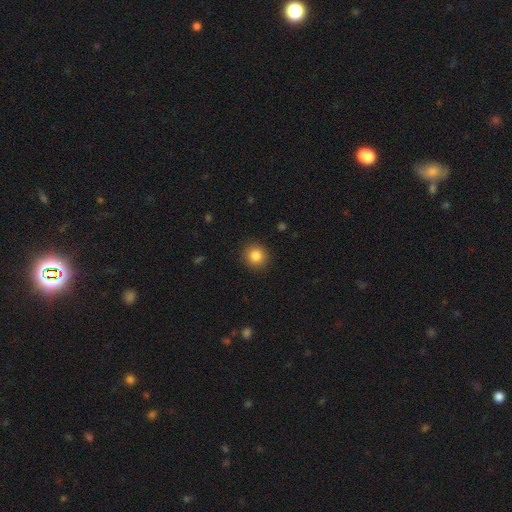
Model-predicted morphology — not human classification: smooth_or_featured: smooth (p=0.84) [alt: star or artifact p=0.10]
how_rounded: round (p=0.92) [alt: in between p=0.07]
merging: none (p=0.91) [alt: minor disturbance p=0.06]